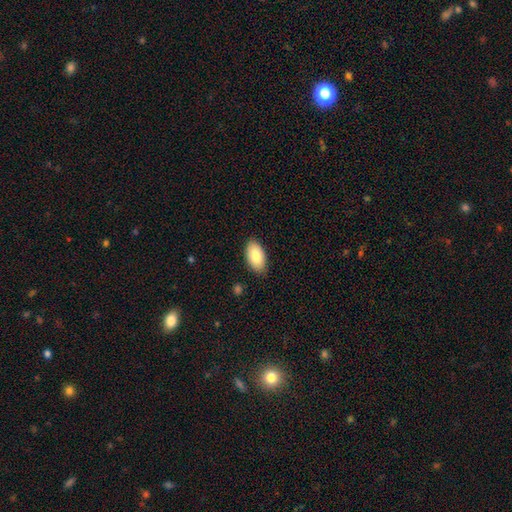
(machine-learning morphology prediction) smooth_or_featured: smooth (p=0.84) [alt: featured or disk p=0.10]
how_rounded: in between (p=0.95) [alt: round p=0.03]
merging: none (p=0.86) [alt: minor disturbance p=0.11]